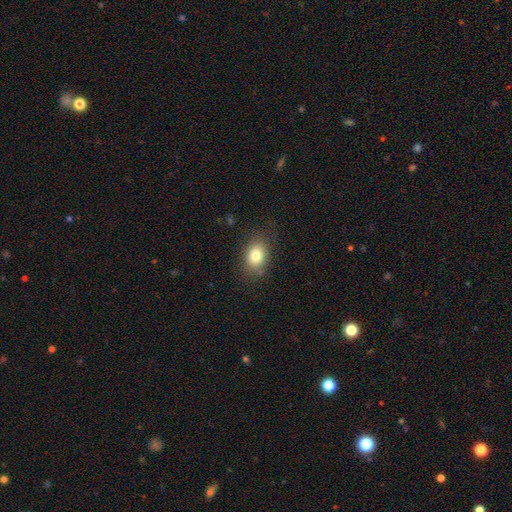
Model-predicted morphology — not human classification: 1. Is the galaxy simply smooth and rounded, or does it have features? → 80% smooth, 10% featured or disk, 10% star or artifact.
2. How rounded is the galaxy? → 73% in between, 26% round, 1% cigar-shaped.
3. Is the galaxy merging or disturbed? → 81% none, 13% minor disturbance, 4% major disturbance, 1% merger.